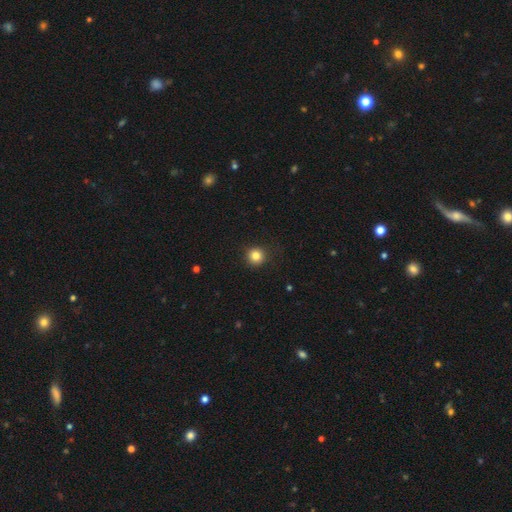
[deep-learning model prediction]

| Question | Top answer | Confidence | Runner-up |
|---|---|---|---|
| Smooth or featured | smooth | 84% | star or artifact (12%) |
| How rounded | round | 94% | in between (5%) |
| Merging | none | 89% | minor disturbance (7%) |